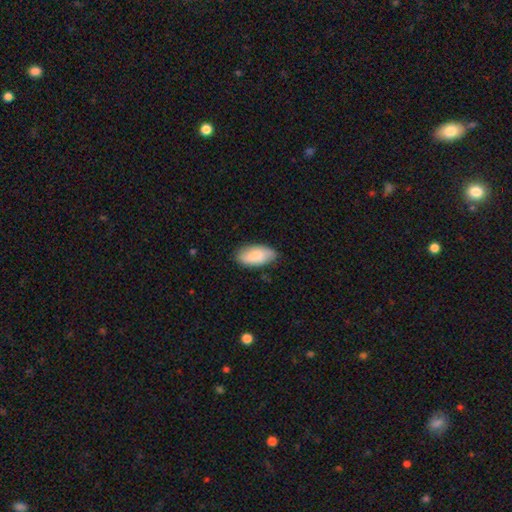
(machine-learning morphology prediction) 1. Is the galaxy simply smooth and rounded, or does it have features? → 82% smooth, 12% featured or disk, 6% star or artifact.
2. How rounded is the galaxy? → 93% in between, 5% cigar-shaped, 2% round.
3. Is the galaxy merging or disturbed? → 79% none, 17% minor disturbance, 3% major disturbance, 1% merger.